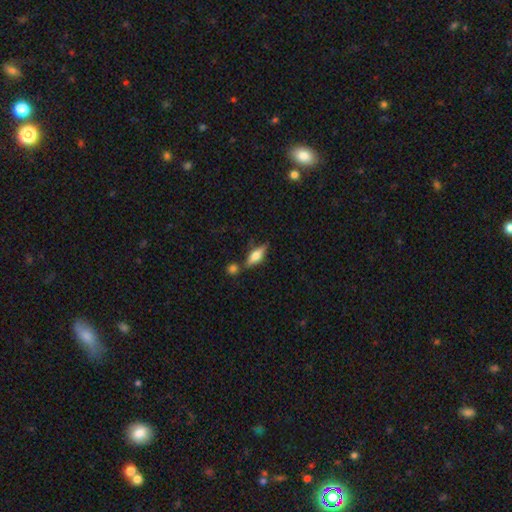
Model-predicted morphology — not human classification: type=featured or disk (49%); merging=none (69%).